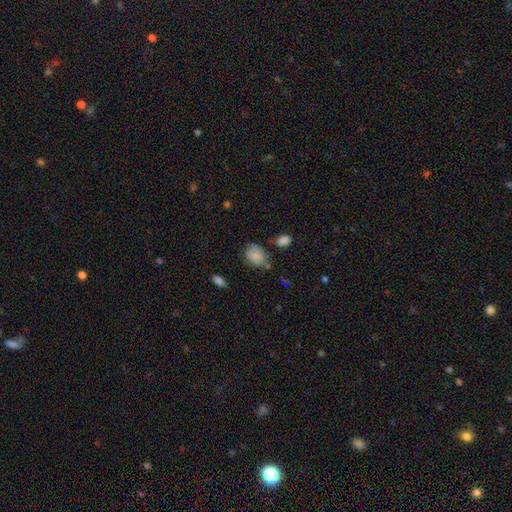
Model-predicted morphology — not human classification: Smooth or featured? smooth (82%)
How rounded? in between (62%)
Merging? none (53%)